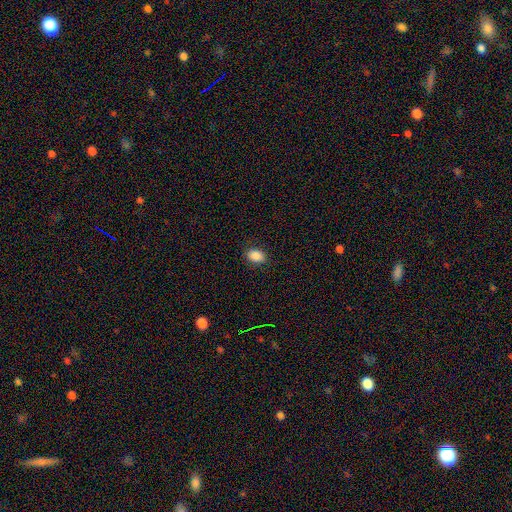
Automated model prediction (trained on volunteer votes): A smooth galaxy with no disk features (87%) that is in between round and cigar-shaped (76%). Merging: none (87%).